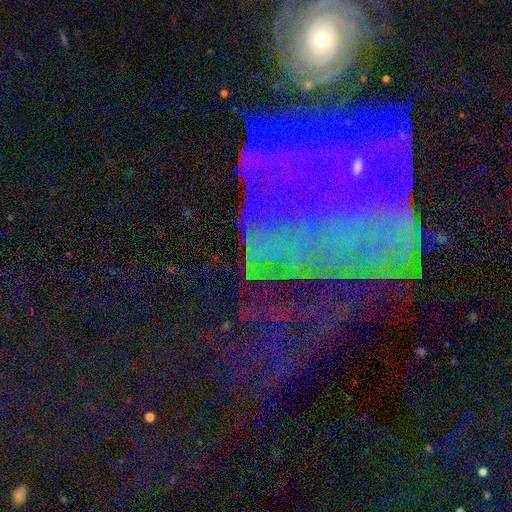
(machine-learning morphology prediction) Smooth or featured: star or artifact — 71% (featured or disk — 17%)